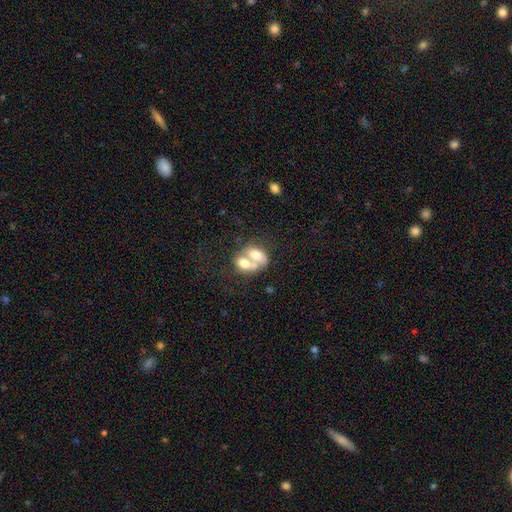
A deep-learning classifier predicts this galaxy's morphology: Overall: smooth (61%; featured or disk 31%). How rounded: in between (76%). Merging: merger (77%).